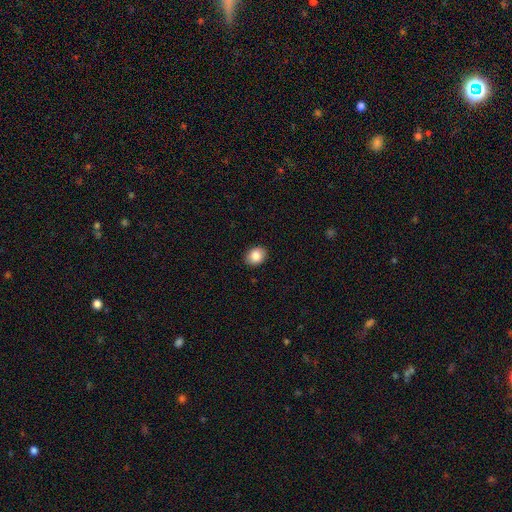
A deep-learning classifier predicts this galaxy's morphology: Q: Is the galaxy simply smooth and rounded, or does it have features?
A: smooth — 86%.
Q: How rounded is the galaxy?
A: in between — 56%.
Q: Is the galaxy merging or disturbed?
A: none — 90%.